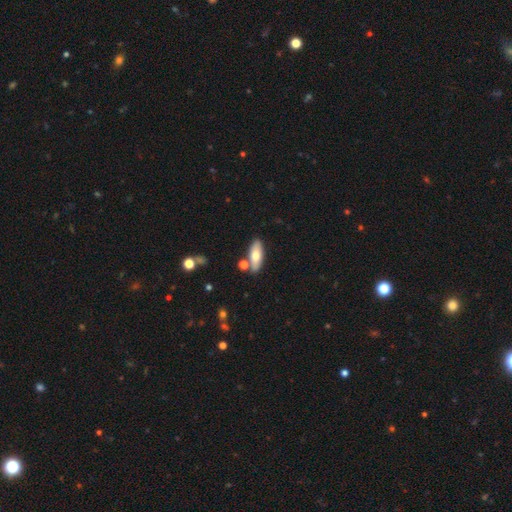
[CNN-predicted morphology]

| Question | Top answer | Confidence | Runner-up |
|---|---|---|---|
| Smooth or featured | smooth | 64% | featured or disk (29%) |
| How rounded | in between | 72% | cigar-shaped (25%) |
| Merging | none | 78% | minor disturbance (11%) |